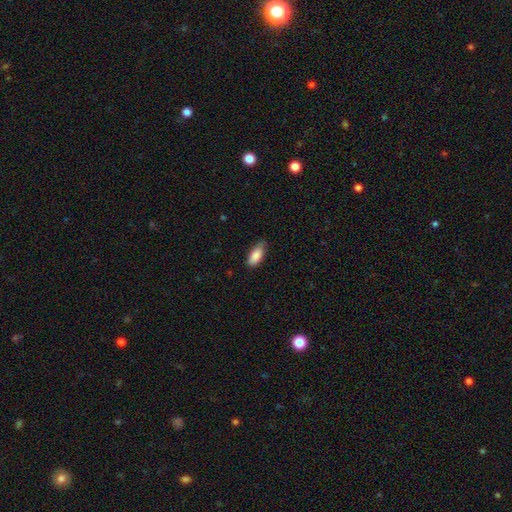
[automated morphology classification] A smooth galaxy with no disk features (87%) that is in between round and cigar-shaped (84%). Merging: none (72%).